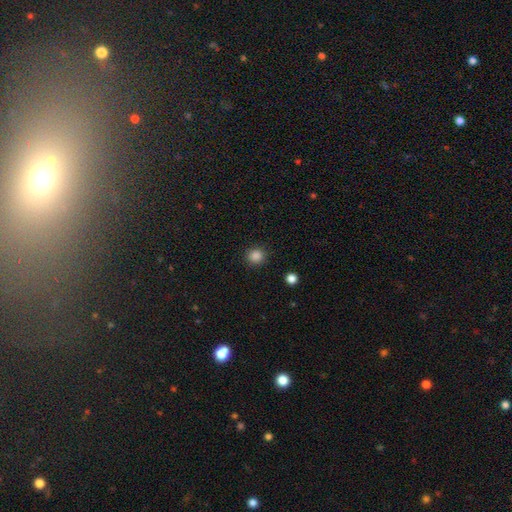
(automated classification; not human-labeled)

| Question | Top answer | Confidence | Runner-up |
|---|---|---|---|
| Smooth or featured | smooth | 86% | star or artifact (11%) |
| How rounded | round | 91% | in between (8%) |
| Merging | none | 91% | minor disturbance (6%) |